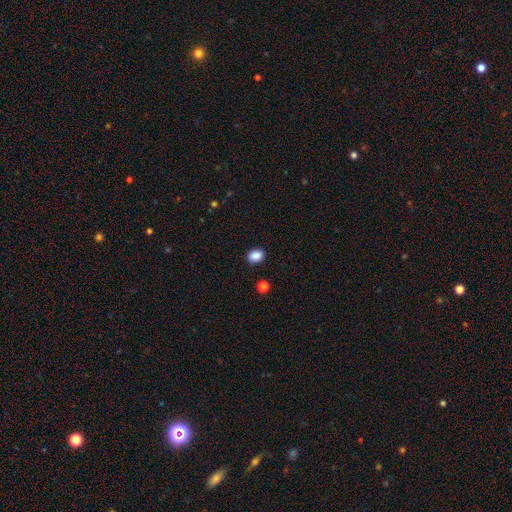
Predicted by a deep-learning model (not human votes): Morphology: type=smooth (87%); roundness=in between (65%); merging=none (88%).